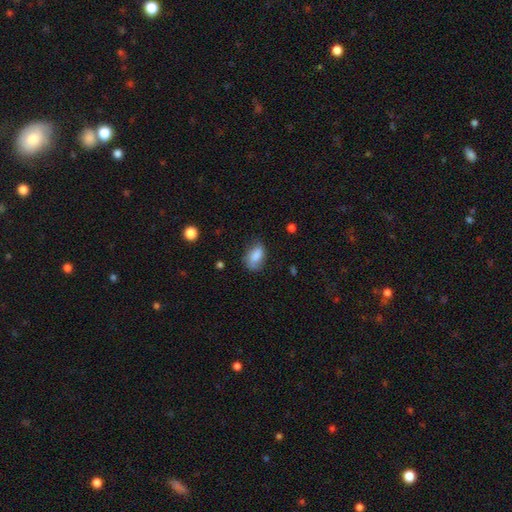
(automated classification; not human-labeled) A smooth galaxy with no disk features (83%) that is in between round and cigar-shaped (89%). Merging: none (61%).